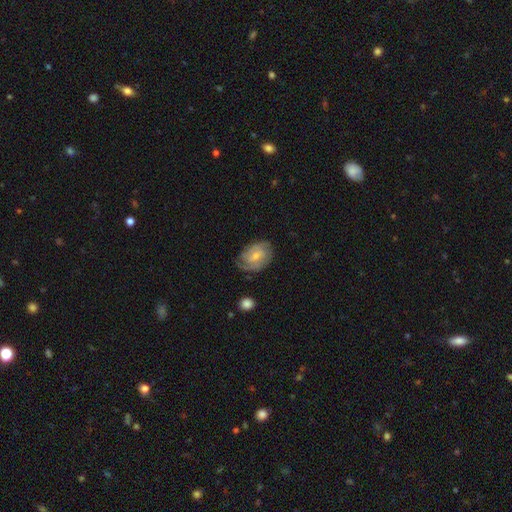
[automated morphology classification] This is likely a featured or disk galaxy (61%). It is clearly not viewed edge-on (96%). Bar: possibly no (59%). Spiral arm pattern: clearly yes (86%). Spiral arm count: marginally 2 (37%). Spiral winding: possibly tight (52%). Central bulge: possibly small (57%). Merging: likely none (61%).